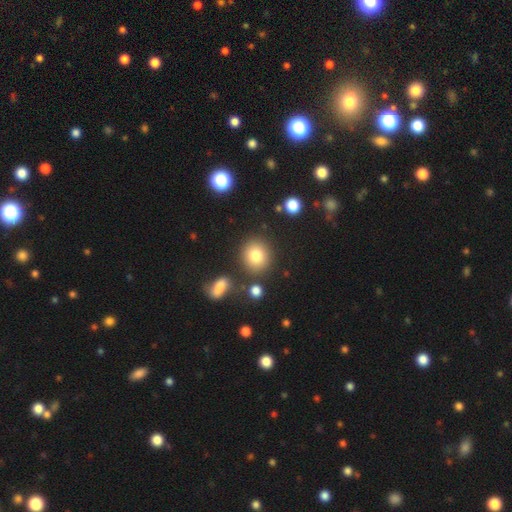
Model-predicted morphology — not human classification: A smooth galaxy with no disk features (80%) that is round (82%).

Vote fractions:
- Smooth or featured? smooth: 80% / star or artifact: 11% / featured or disk: 9%
- How rounded? round: 82% / in between: 17% / cigar-shaped: 1%
- Merging? none: 81% / minor disturbance: 9% / merger: 6% / major disturbance: 3%